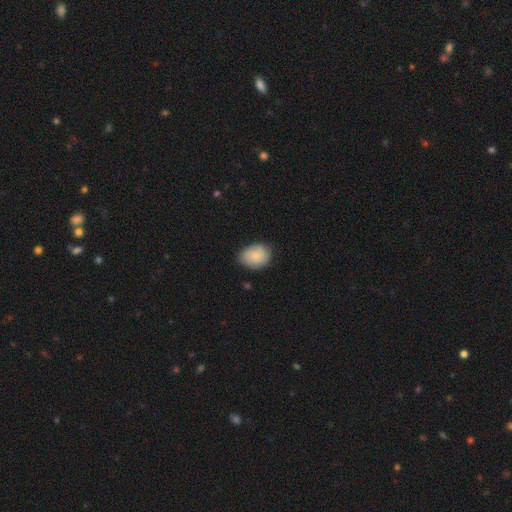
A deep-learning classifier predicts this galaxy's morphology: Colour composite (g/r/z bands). It shows a smooth galaxy with no disk features (75%) that is in between round and cigar-shaped (59%). Merging: none (74%).